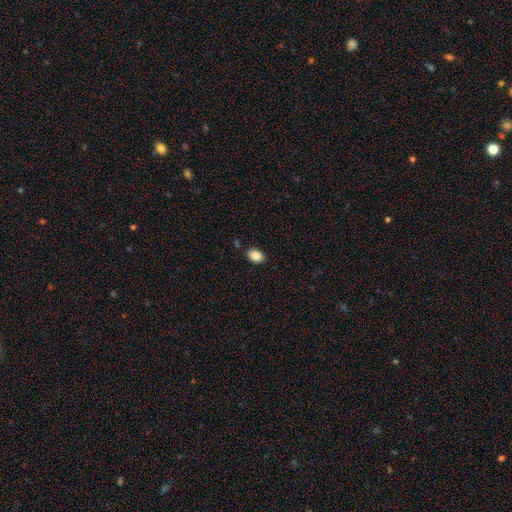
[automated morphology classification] Smooth or featured? smooth (88%)
How rounded? in between (81%)
Merging? none (85%)